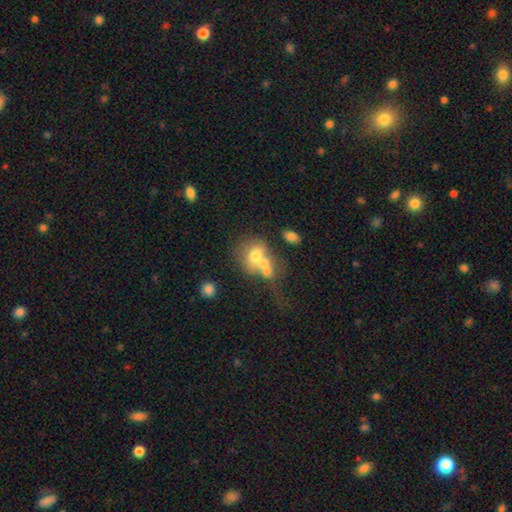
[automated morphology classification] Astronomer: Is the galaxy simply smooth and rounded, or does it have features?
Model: smooth — 60%.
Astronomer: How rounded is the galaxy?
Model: round — 50% (runner-up: in between, 49%).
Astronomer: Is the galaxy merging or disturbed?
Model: merger — 58%.